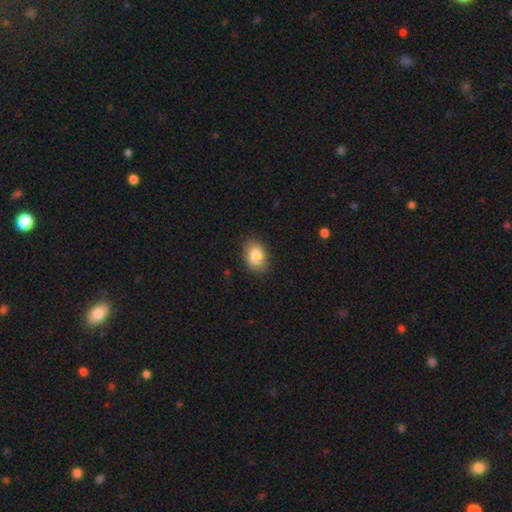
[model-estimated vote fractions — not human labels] smooth_or_featured: smooth (p=0.84) [alt: featured or disk p=0.08]
how_rounded: in between (p=0.78) [alt: round p=0.21]
merging: none (p=0.83) [alt: minor disturbance p=0.13]